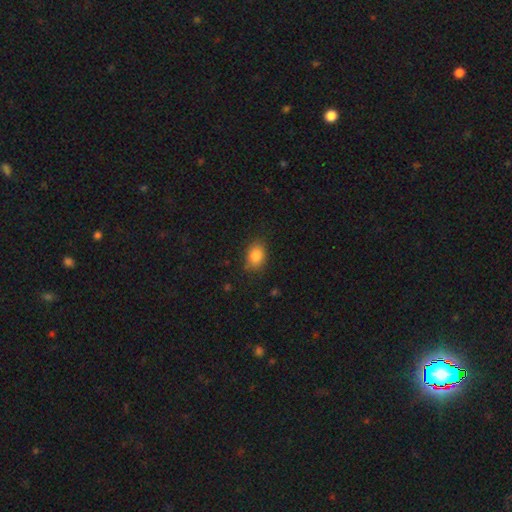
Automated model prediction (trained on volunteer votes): A smooth galaxy with no disk features (84%) that is in between round and cigar-shaped (70%).

Vote fractions:
- Smooth or featured? smooth: 84% / star or artifact: 9% / featured or disk: 7%
- How rounded? in between: 70% / round: 29% / cigar-shaped: 1%
- Merging? none: 81% / minor disturbance: 15% / major disturbance: 3% / merger: 1%